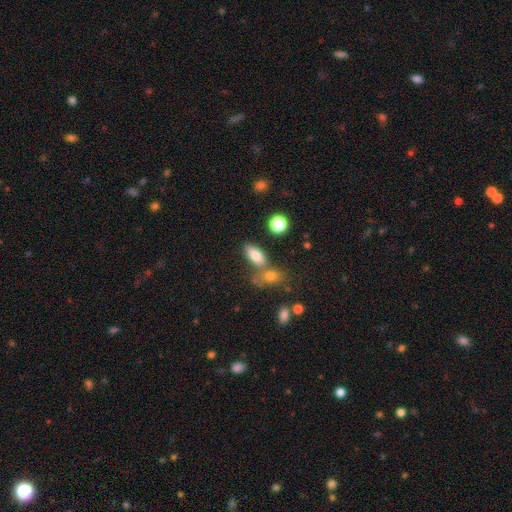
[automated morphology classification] The model was most divided on "merging": none: 58%, merger: 25%, minor disturbance: 12%, major disturbance: 5%. More confident: how rounded — in between (82%); smooth or featured — smooth (79%).